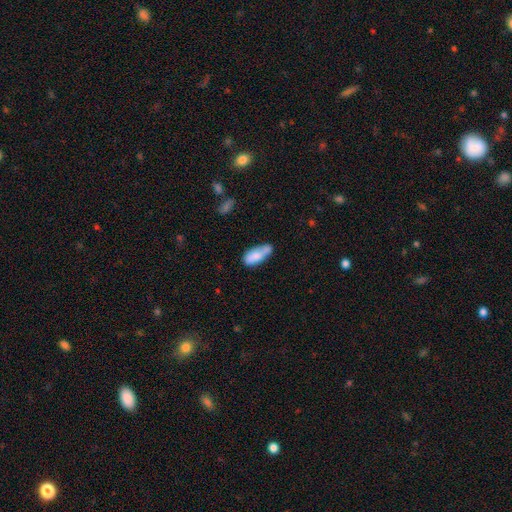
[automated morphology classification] This is likely a smooth galaxy (76%). How rounded: clearly in between (81%). Merging: marginally none (39%).